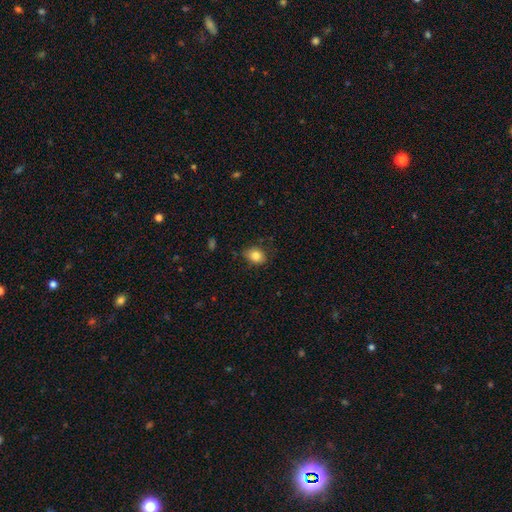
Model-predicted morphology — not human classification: smooth-or-featured: smooth: 83% | star or artifact: 9% | featured or disk: 8%
  how-rounded: in between: 59% | round: 40% | cigar-shaped: 1%
  merging: none: 78% | minor disturbance: 17% | major disturbance: 3% | merger: 1%